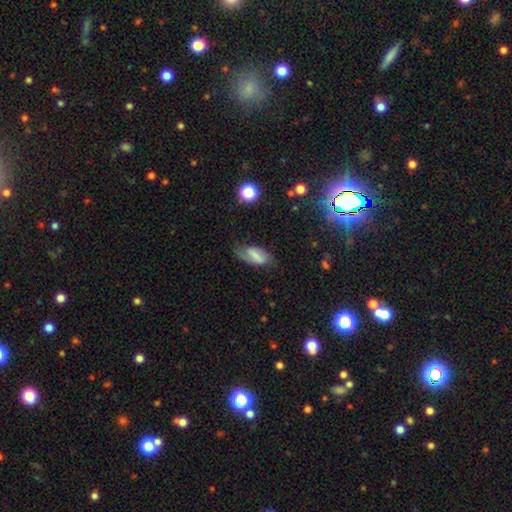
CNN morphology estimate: A smooth galaxy with no disk features (47%).

Vote fractions:
- Smooth or featured? smooth: 47% / featured or disk: 44% / star or artifact: 9%
- Merging? none: 65% / minor disturbance: 24% / major disturbance: 10% / merger: 2%